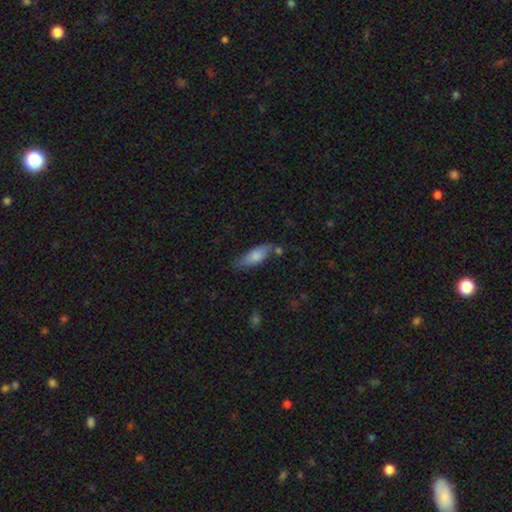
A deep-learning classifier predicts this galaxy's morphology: smooth_or_featured: smooth (p=0.74) [alt: featured or disk p=0.19]
how_rounded: in between (p=0.69) [alt: cigar-shaped p=0.29]
merging: none (p=0.59) [alt: minor disturbance p=0.25]